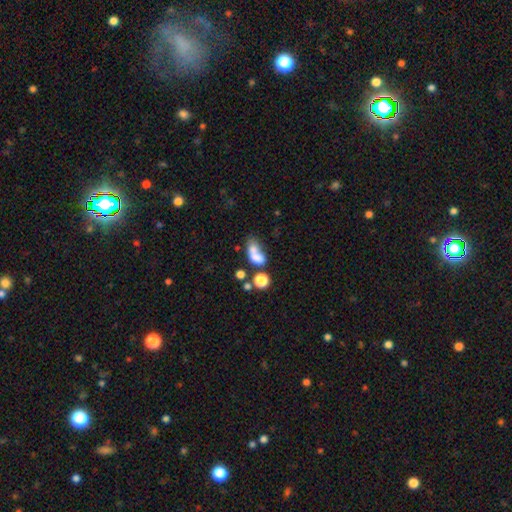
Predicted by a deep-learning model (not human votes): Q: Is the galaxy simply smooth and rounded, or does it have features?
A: smooth — 66%.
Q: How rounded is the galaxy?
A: in between — 69%.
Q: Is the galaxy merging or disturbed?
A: merger — 58%.